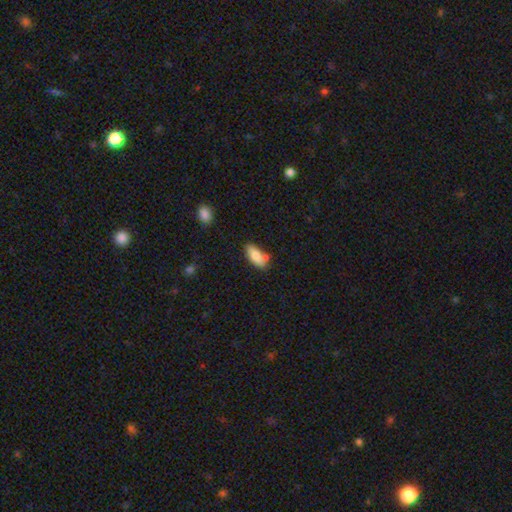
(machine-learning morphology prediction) Smooth or featured?
  - smooth: 78% *
  - featured or disk: 15%
  - star or artifact: 7%
How rounded?
  - in between: 85% *
  - cigar-shaped: 13%
  - round: 3%
Merging?
  - none: 69% *
  - minor disturbance: 17%
  - merger: 10%
  - major disturbance: 3%